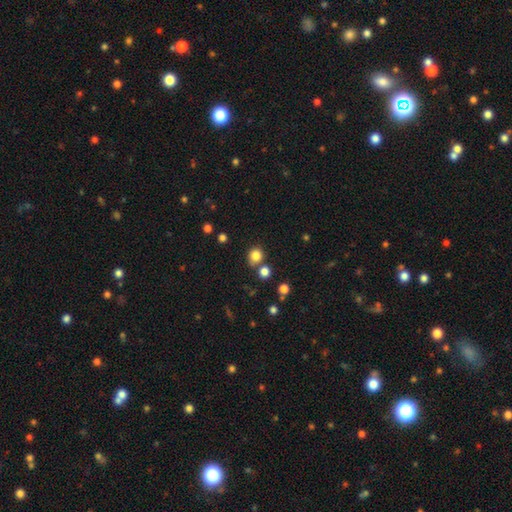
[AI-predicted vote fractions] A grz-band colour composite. It shows a smooth galaxy with no disk features (83%) that is round (83%). Merging: none (70%).